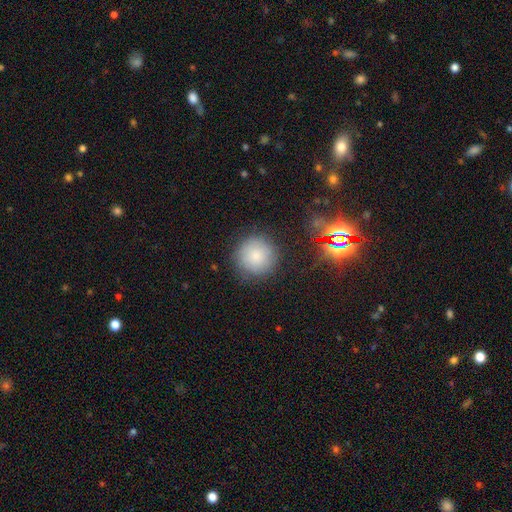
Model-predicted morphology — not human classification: smooth-or-featured: smooth: 80% | star or artifact: 11% | featured or disk: 9%
  how-rounded: round: 95% | in between: 4% | cigar-shaped: 1%
  merging: none: 84% | minor disturbance: 11% | major disturbance: 3% | merger: 2%